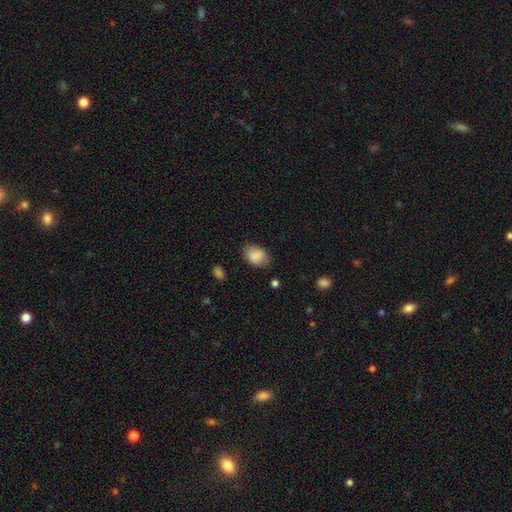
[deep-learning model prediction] smooth-or-featured: smooth: 86% | star or artifact: 8% | featured or disk: 6%
  how-rounded: in between: 74% | round: 25% | cigar-shaped: 1%
  merging: none: 73% | minor disturbance: 20% | major disturbance: 5% | merger: 2%